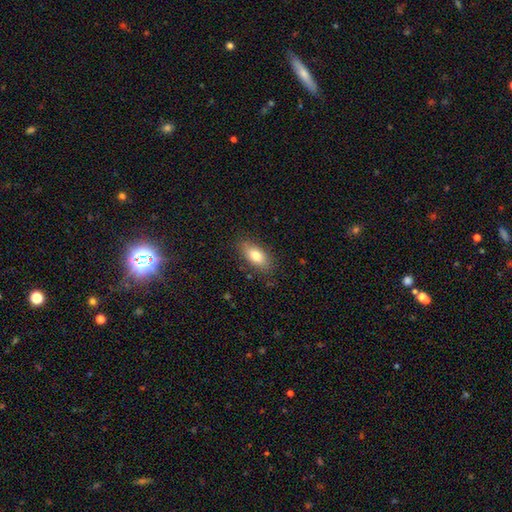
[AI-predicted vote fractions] A smooth galaxy with no disk features (77%) that is in between round and cigar-shaped (86%).

Vote fractions:
- Smooth or featured? smooth: 77% / featured or disk: 16% / star or artifact: 7%
- How rounded? in between: 86% / cigar-shaped: 9% / round: 5%
- Merging? none: 84% / minor disturbance: 12% / major disturbance: 3% / merger: 1%